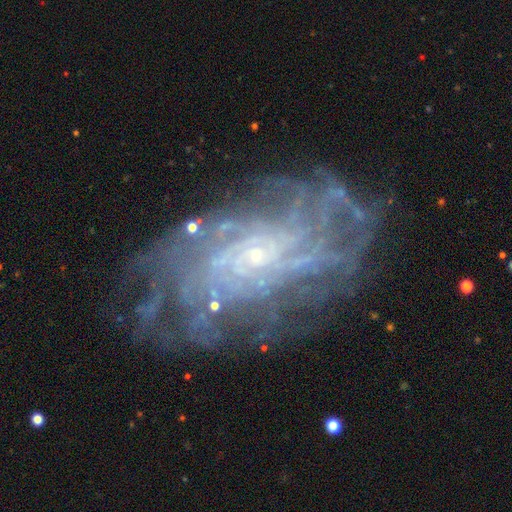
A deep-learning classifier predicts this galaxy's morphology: This appears to be a featured or disk galaxy (84%) with no bar (74%), tight (66%) spiral arms (92%) and a small central bulge (85%). Merging: none (72%).